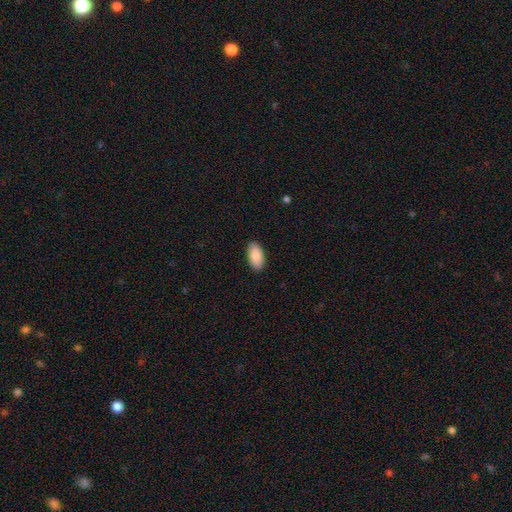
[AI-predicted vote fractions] Smooth or featured? smooth (88%)
How rounded? in between (95%)
Merging? none (90%)